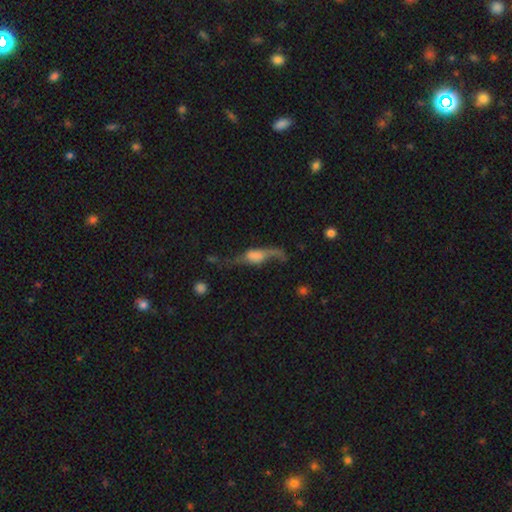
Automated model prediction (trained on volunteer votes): Morphology: type=featured or disk (58%); edge-on=no (60%); merging=major disturbance (40%).